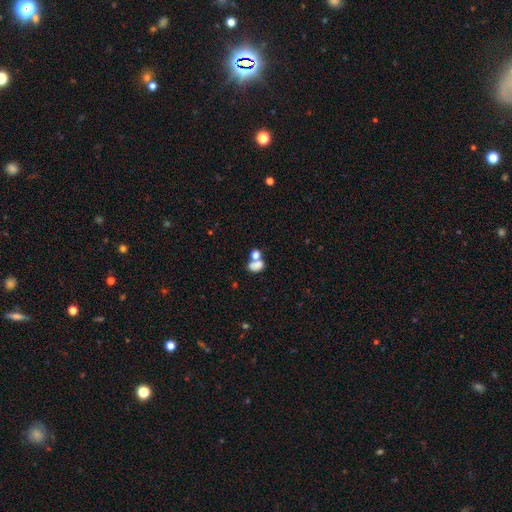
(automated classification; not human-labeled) This appears to be a smooth galaxy with no disk features (76%) that is in between round and cigar-shaped (71%). Merging: merger (57%).